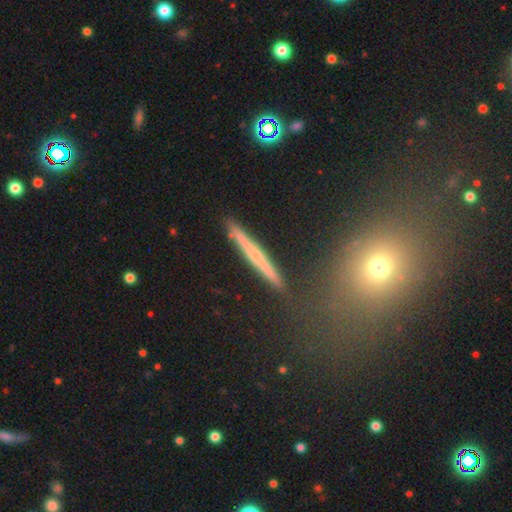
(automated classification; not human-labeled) Q: Smooth or featured?
A: featured or disk (59%); runner-up: smooth (32%)
Q: Edge-on disk?
A: yes (95%); runner-up: no (5%)
Q: Edge-on bulge?
A: none (57%); runner-up: rounded (37%)
Q: Merging?
A: none (88%); runner-up: minor disturbance (8%)